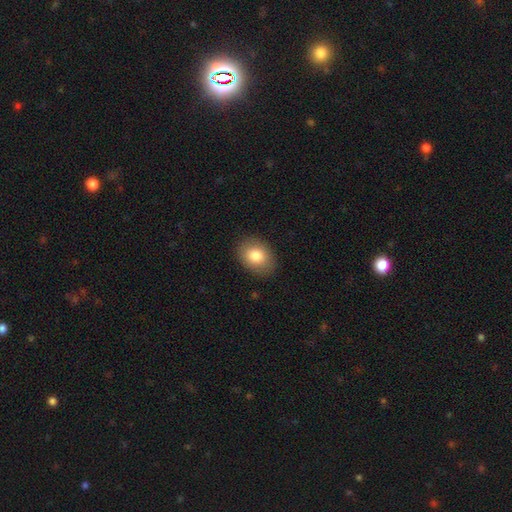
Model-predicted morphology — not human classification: Q: Smooth or featured?
A: smooth (82%); runner-up: featured or disk (10%)
Q: How rounded?
A: in between (65%); runner-up: round (34%)
Q: Merging?
A: none (87%); runner-up: minor disturbance (10%)